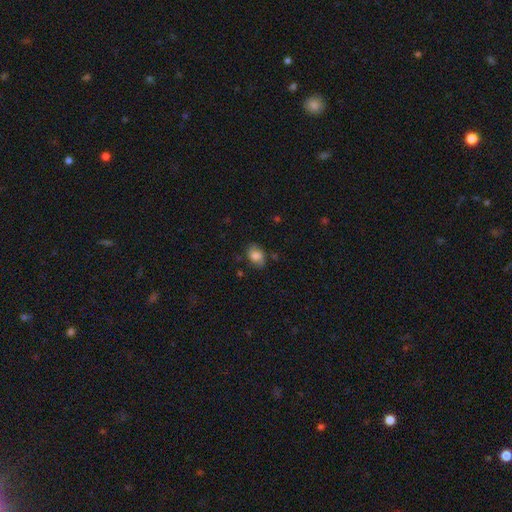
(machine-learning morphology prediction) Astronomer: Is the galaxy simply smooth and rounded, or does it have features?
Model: smooth — 70%.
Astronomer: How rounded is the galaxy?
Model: in between — 69%.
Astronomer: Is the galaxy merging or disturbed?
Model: none — 71%.